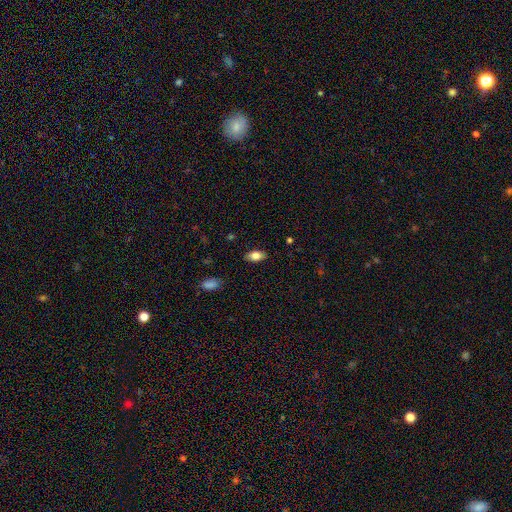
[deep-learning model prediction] smooth 81%, featured or disk 11%, star or artifact 8%. Down the decision tree: how rounded — in between (91%); merging — none (86%).